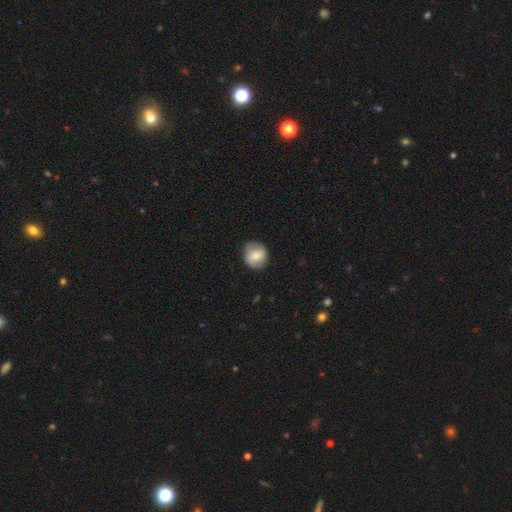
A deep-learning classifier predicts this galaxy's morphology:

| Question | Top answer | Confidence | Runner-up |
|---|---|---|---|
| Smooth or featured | smooth | 67% | featured or disk (26%) |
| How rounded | round | 82% | in between (16%) |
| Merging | none | 81% | minor disturbance (14%) |